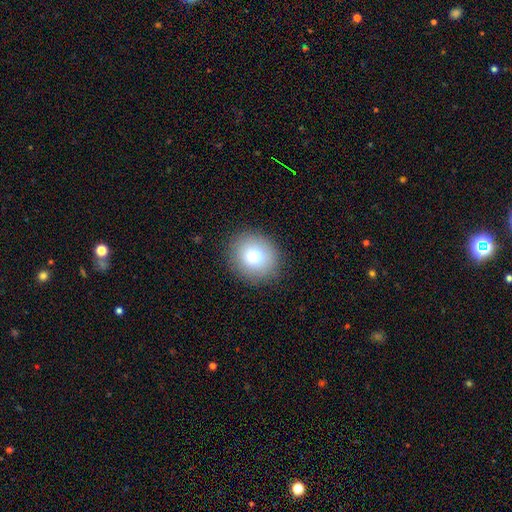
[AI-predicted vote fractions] Smooth or featured? smooth (78%)
How rounded? round (81%)
Merging? none (88%)